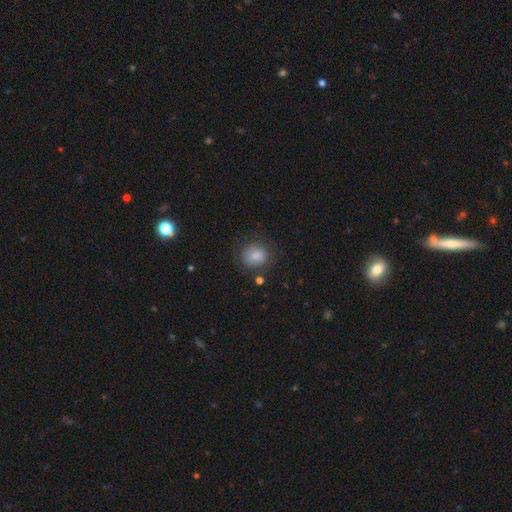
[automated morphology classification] A smooth galaxy with no disk features (82%) that is round (71%).

Vote fractions:
- Smooth or featured? smooth: 82% / star or artifact: 9% / featured or disk: 9%
- How rounded? round: 71% / in between: 28% / cigar-shaped: 1%
- Merging? none: 77% / minor disturbance: 15% / major disturbance: 6% / merger: 2%